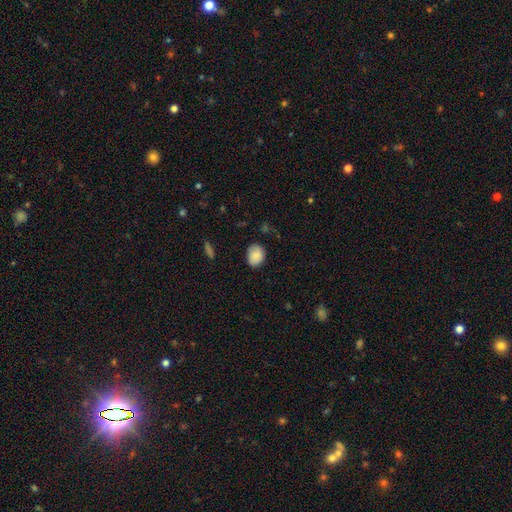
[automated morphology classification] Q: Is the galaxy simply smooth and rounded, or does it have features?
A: smooth — 86%.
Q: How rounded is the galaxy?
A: in between — 59%.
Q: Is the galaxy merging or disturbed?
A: none — 77%.